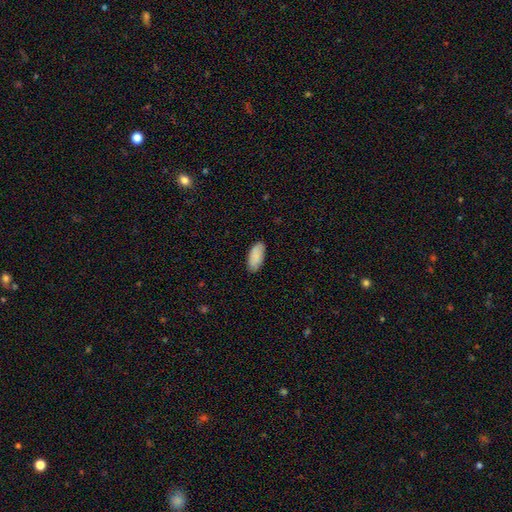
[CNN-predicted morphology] Smooth or featured?
  - smooth: 89% *
  - star or artifact: 6%
  - featured or disk: 5%
How rounded?
  - in between: 90% *
  - cigar-shaped: 9%
  - round: 2%
Merging?
  - none: 86% *
  - minor disturbance: 11%
  - major disturbance: 2%
  - merger: 1%